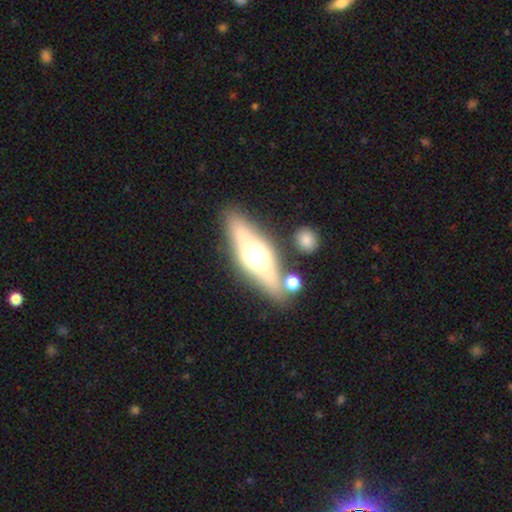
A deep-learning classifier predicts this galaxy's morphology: The model was most divided on "smooth or featured": featured or disk: 56%, smooth: 36%, star or artifact: 7%. More confident: edge-on disk — yes (85%); merging — none (78%).